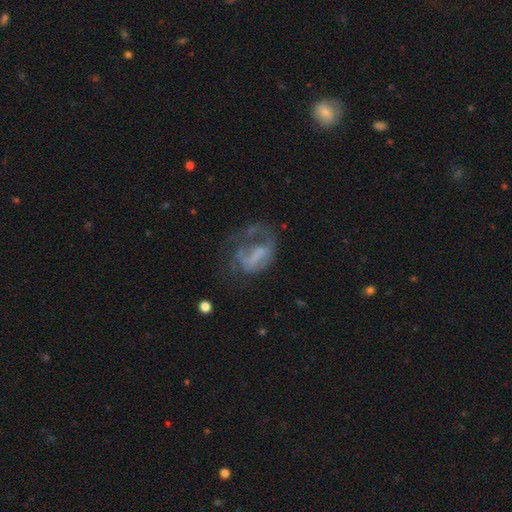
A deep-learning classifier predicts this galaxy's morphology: Smooth or featured?
  - featured or disk: 58% *
  - smooth: 30%
  - star or artifact: 12%
Edge-on disk?
  - no: 97% *
  - yes: 3%
Bar?
  - no: 59% *
  - weak: 29%
  - strong: 12%
Spiral arms?
  - no: 54% *
  - yes: 46%
Bulge size?
  - none: 58% *
  - small: 19%
  - moderate: 14%
  - large: 7%
  - dominant: 2%
Merging?
  - major disturbance: 49% *
  - none: 29%
  - minor disturbance: 18%
  - merger: 4%